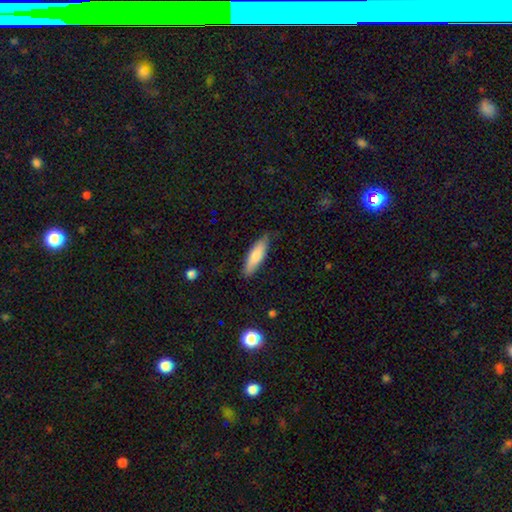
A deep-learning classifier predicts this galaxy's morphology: Smooth or featured? smooth (77%)
How rounded? cigar-shaped (58%)
Merging? none (79%)